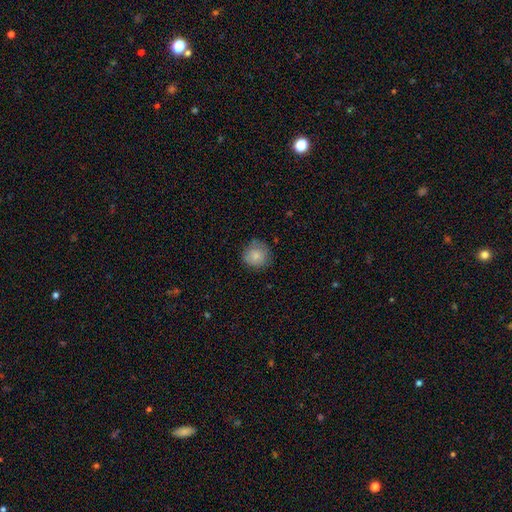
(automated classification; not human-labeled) Smooth or featured? Predicted: smooth (p=0.80). How rounded? Predicted: round (p=0.90). Merging? Predicted: none (p=0.74).